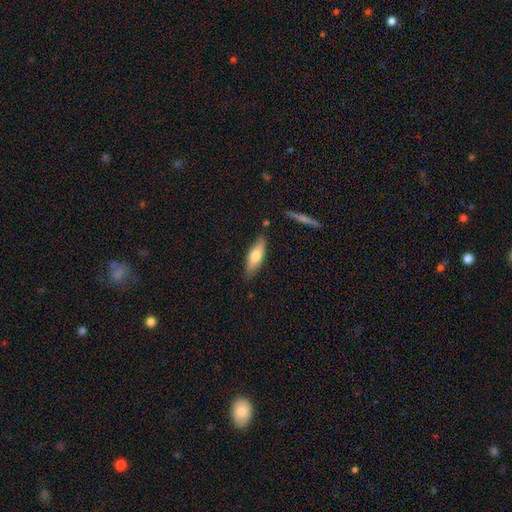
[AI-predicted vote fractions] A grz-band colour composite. It shows a smooth galaxy with no disk features (67%) that is in between round and cigar-shaped (55%). Merging: none (82%).